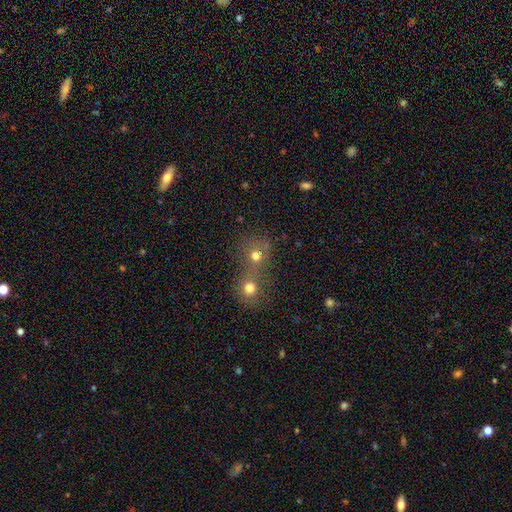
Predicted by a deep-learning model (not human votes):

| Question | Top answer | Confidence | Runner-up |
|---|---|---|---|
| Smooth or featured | smooth | 70% | star or artifact (17%) |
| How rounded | round | 83% | in between (16%) |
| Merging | merger | 59% | none (31%) |